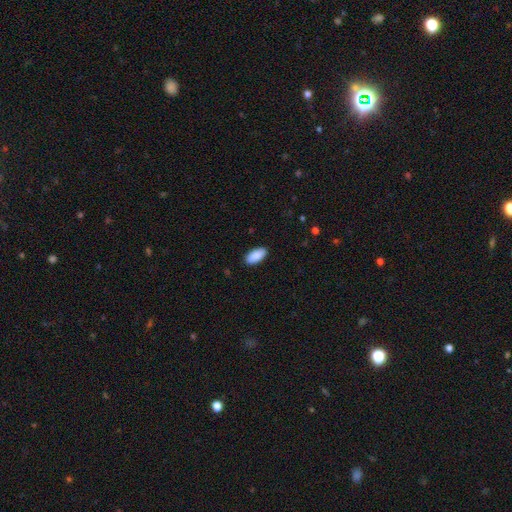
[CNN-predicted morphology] type=smooth (91%); roundness=in between (94%); merging=none (90%).